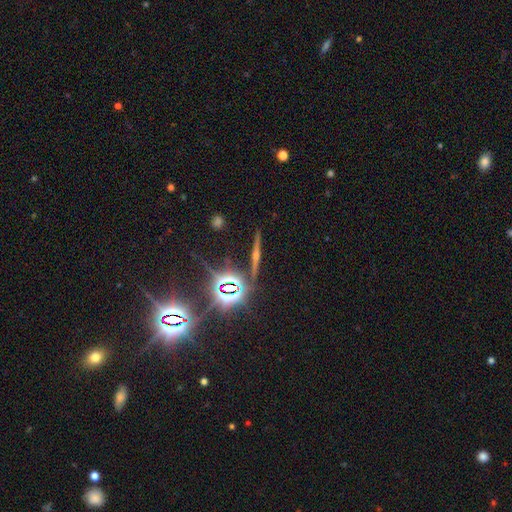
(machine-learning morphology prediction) This appears to be a featured or disk galaxy (54%) viewed edge-on (95%) with a rounded central bulge (80%). Merging: none (89%).